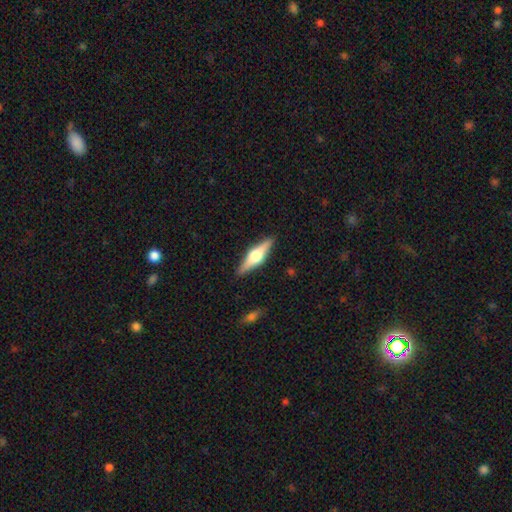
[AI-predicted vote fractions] featured or disk 68%, smooth 27%, star or artifact 5%. Down the decision tree: edge-on disk — yes (97%); edge-on bulge — rounded (93%); merging — none (90%).